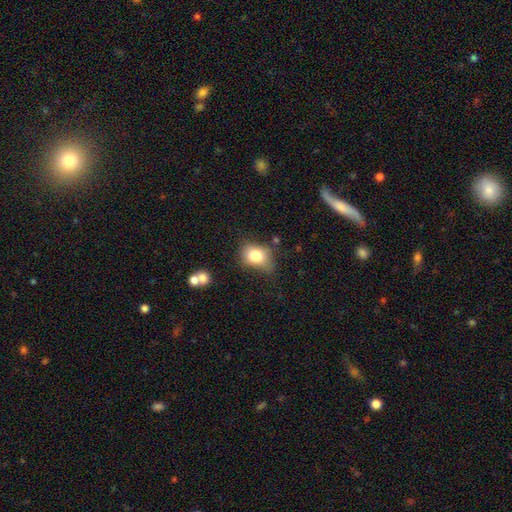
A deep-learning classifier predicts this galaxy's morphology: Smooth or featured?
  - smooth: 78% *
  - featured or disk: 12%
  - star or artifact: 10%
How rounded?
  - in between: 58% *
  - round: 41%
  - cigar-shaped: 1%
Merging?
  - none: 55% *
  - minor disturbance: 29%
  - major disturbance: 10%
  - merger: 6%